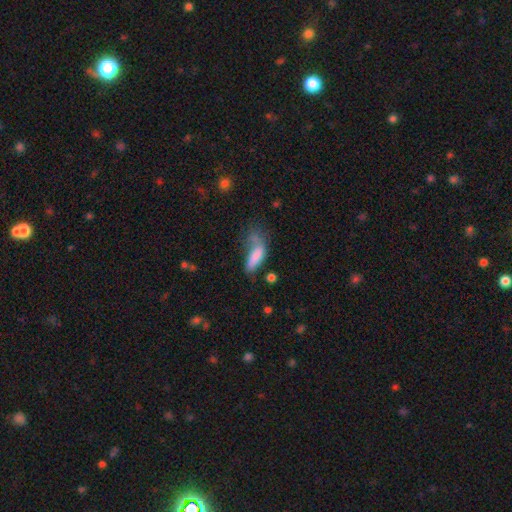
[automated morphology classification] Smooth or featured: smooth — 76% (featured or disk — 16%)
How rounded: in between — 64% (cigar-shaped — 33%)
Merging: major disturbance — 36% (minor disturbance — 26%)